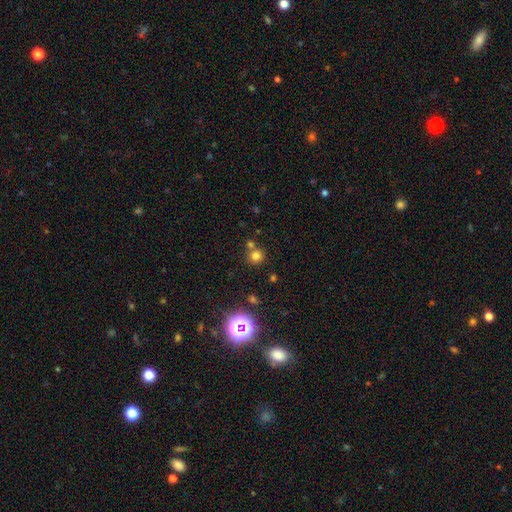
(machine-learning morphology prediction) Smooth or featured? Predicted: smooth (p=0.72). How rounded? Predicted: round (p=0.89). Merging? Predicted: none (p=0.63).